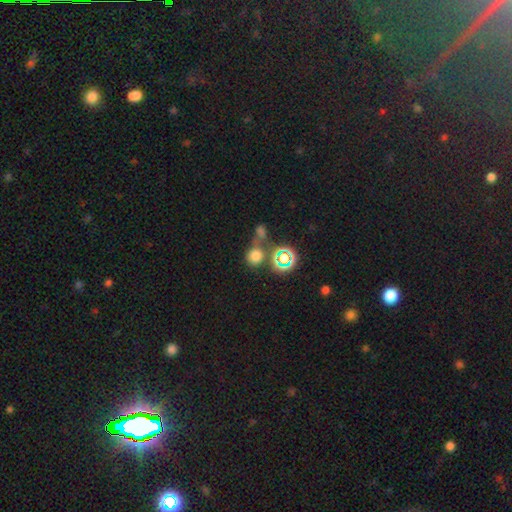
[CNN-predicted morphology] This is likely a smooth galaxy (68%). How rounded: clearly round (82%). Merging: possibly none (50%).